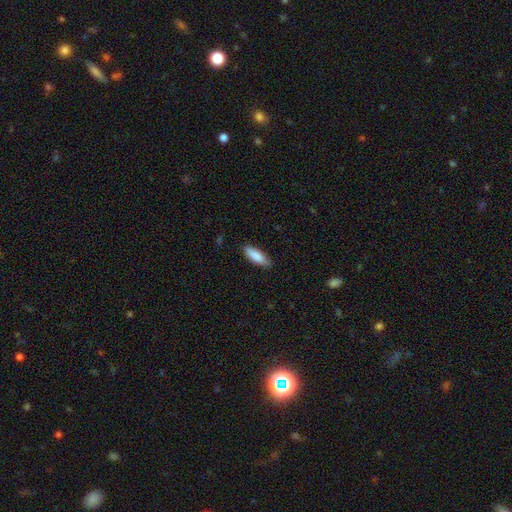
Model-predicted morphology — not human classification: The model was most divided on "how rounded": in between: 64%, cigar-shaped: 35%, round: 2%. More confident: smooth or featured — smooth (88%); merging — none (84%).